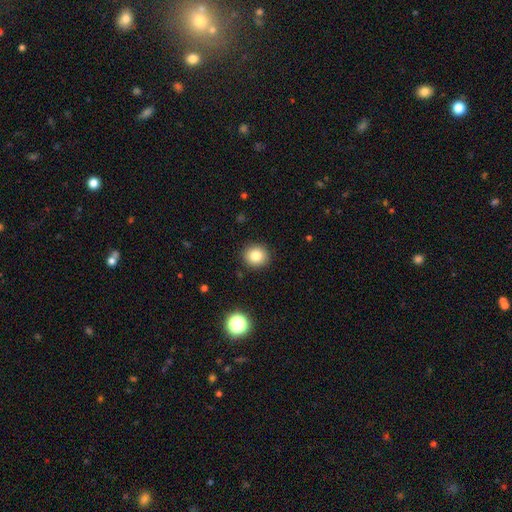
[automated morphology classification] A smooth galaxy with no disk features (81%) that is round (87%).

Vote fractions:
- Smooth or featured? smooth: 81% / star or artifact: 11% / featured or disk: 8%
- How rounded? round: 87% / in between: 12% / cigar-shaped: 1%
- Merging? none: 91% / minor disturbance: 6% / major disturbance: 2% / merger: 1%